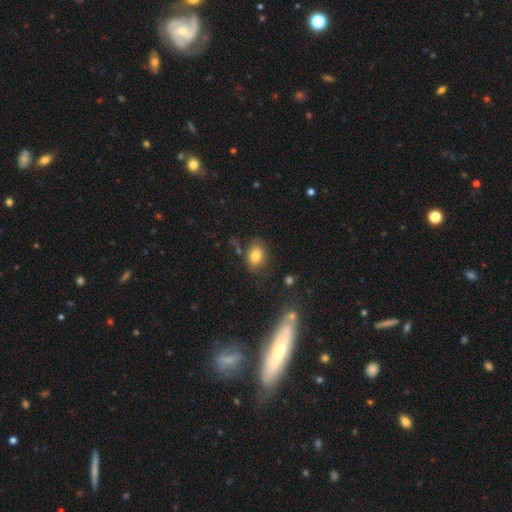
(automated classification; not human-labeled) Smooth or featured? Predicted: smooth (p=0.80). How rounded? Predicted: in between (p=0.71). Merging? Predicted: none (p=0.72).